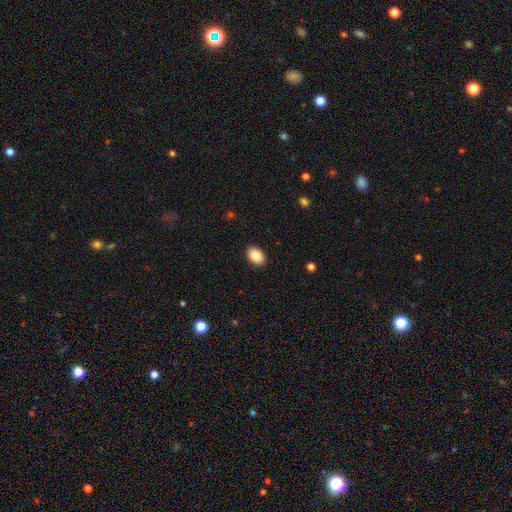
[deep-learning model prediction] Smooth or featured: smooth — 87% (star or artifact — 7%)
How rounded: in between — 84% (round — 15%)
Merging: none — 91% (minor disturbance — 7%)